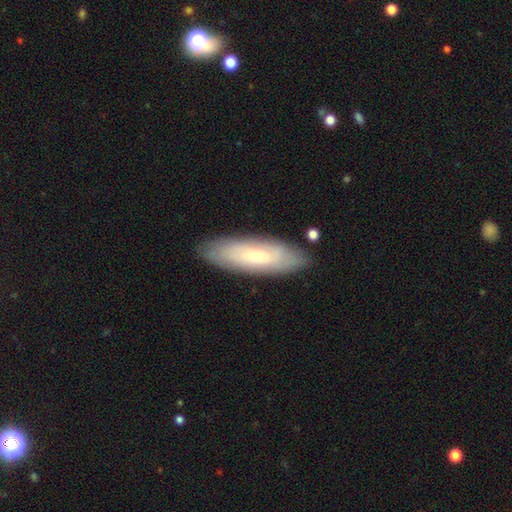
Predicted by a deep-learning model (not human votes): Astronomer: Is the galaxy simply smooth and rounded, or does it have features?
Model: smooth — 51% (runner-up: featured or disk, 42%).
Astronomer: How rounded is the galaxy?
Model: in between — 49%, tied with cigar-shaped at 49%.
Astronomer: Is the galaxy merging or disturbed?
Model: none — 84%.